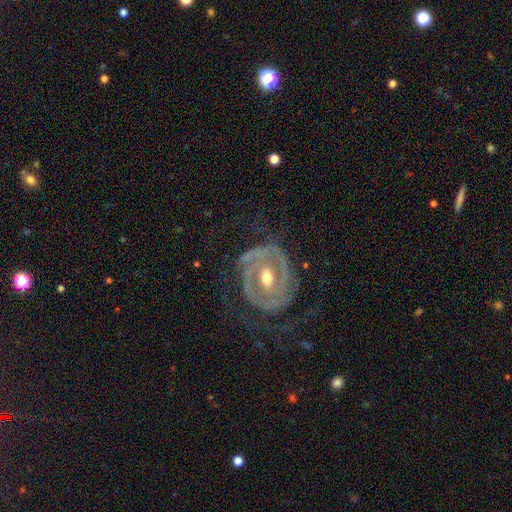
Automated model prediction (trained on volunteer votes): A featured or disk galaxy (87%) with a weak bar (36%), 2 (61%) tight (60%) spiral arms (82%) and a moderate central bulge (73%).

Vote fractions:
- Smooth or featured? featured or disk: 87% / smooth: 8% / star or artifact: 5%
- Edge-on disk? no: 96% / yes: 4%
- Bar? weak: 36% / no: 33% / strong: 30%
- Spiral arms? yes: 82% / no: 18%
- Spiral winding? tight: 60% / medium: 29% / loose: 11%
- Spiral arm count? 2: 61% / can't tell: 17% / 3: 8% / 1: 8% / 4: 3% / more than 4: 3%
- Bulge size? moderate: 73% / small: 21% / large: 4% / none: 1% / dominant: 1%
- Merging? none: 64% / minor disturbance: 19% / major disturbance: 15% / merger: 2%